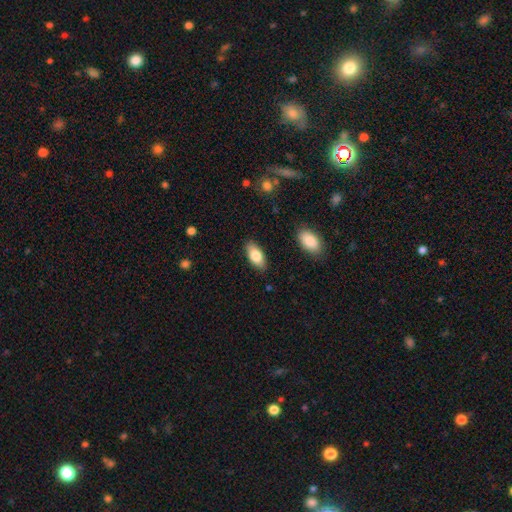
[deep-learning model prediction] This is clearly a smooth galaxy (82%). How rounded: clearly in between (90%). Merging: clearly none (87%).